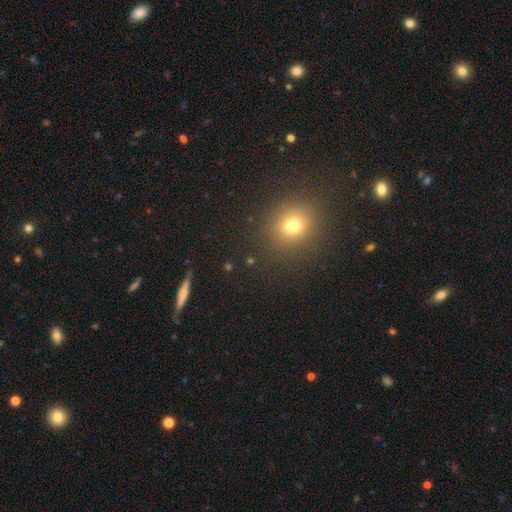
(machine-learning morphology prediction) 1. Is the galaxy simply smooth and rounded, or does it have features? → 61% smooth, 32% star or artifact, 7% featured or disk.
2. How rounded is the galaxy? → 84% round, 14% in between, 2% cigar-shaped.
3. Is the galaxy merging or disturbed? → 91% none, 5% minor disturbance, 2% major disturbance, 2% merger.